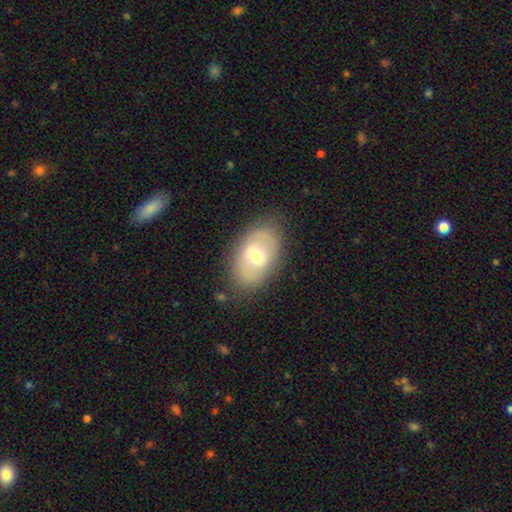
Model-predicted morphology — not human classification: A smooth galaxy with no disk features (53%) that is in between round and cigar-shaped (88%).

Vote fractions:
- Smooth or featured? smooth: 53% / featured or disk: 40% / star or artifact: 8%
- How rounded? in between: 88% / round: 11% / cigar-shaped: 1%
- Merging? none: 80% / minor disturbance: 14% / major disturbance: 4% / merger: 2%